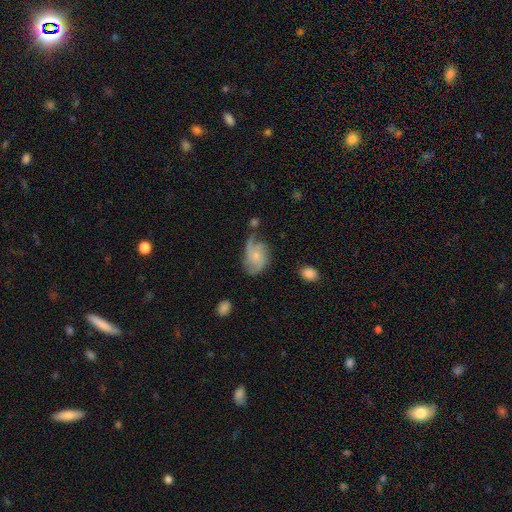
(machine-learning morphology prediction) Smooth or featured? Predicted: featured or disk (p=0.66). Edge-on disk? Predicted: no (p=0.97). Bar? Predicted: no (p=0.76). Spiral arms? Predicted: yes (p=0.90). Spiral winding? Predicted: medium (p=0.42). Spiral arm count? Predicted: 2 (p=0.45). Bulge size? Predicted: small (p=0.70). Merging? Predicted: none (p=0.48).